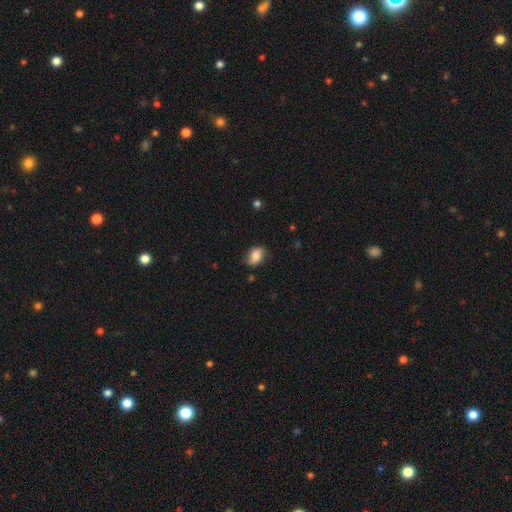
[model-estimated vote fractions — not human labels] smooth_or_featured: smooth (p=0.75) [alt: featured or disk p=0.17]
how_rounded: in between (p=0.80) [alt: round p=0.18]
merging: none (p=0.72) [alt: minor disturbance p=0.22]